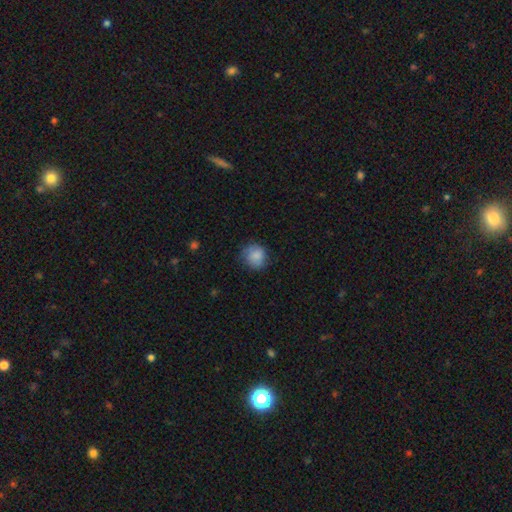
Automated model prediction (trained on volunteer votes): smooth-or-featured: smooth: 86% | star or artifact: 8% | featured or disk: 6%
  how-rounded: round: 86% | in between: 13% | cigar-shaped: 1%
  merging: none: 78% | minor disturbance: 17% | major disturbance: 4% | merger: 1%